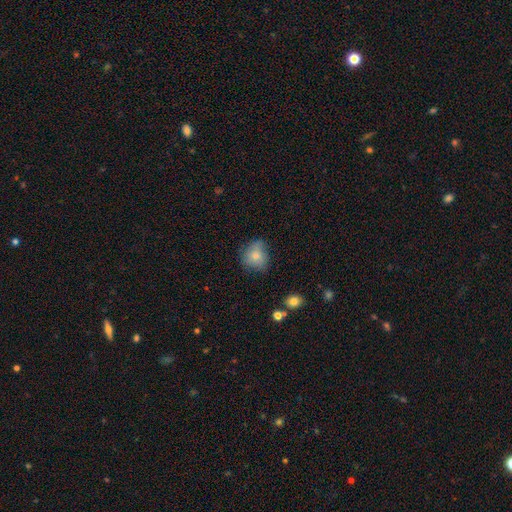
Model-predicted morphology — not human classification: Q: Smooth or featured?
A: smooth (75%); runner-up: featured or disk (15%)
Q: How rounded?
A: round (74%); runner-up: in between (25%)
Q: Merging?
A: none (58%); runner-up: minor disturbance (31%)